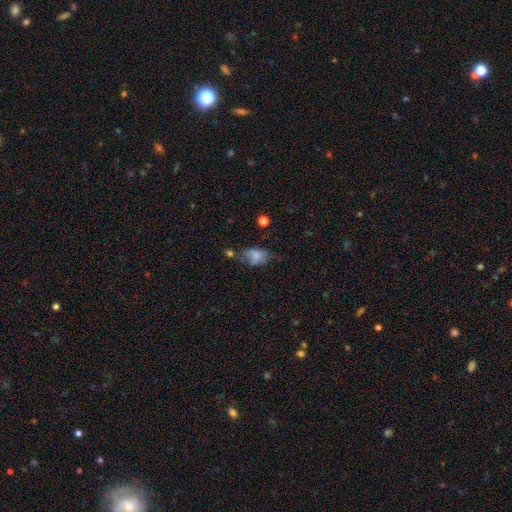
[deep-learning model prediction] Smooth or featured: smooth — 68% (featured or disk — 22%)
How rounded: in between — 83% (round — 15%)
Merging: none — 39% (minor disturbance — 33%)